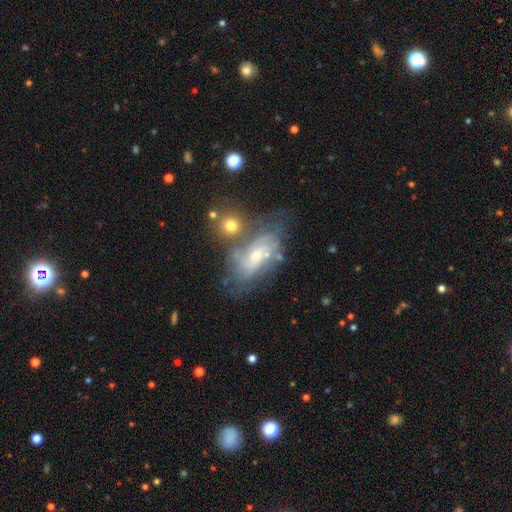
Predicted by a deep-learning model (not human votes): Smooth or featured: featured or disk — 76% (smooth — 16%)
Edge-on disk: no — 94% (yes — 6%)
Bar: no — 58% (weak — 35%)
Spiral arms: yes — 89% (no — 11%)
Spiral winding: tight — 55% (medium — 34%)
Spiral arm count: can't tell — 49% (2 — 22%)
Bulge size: small — 55% (moderate — 37%)
Merging: none — 53% (minor disturbance — 21%)